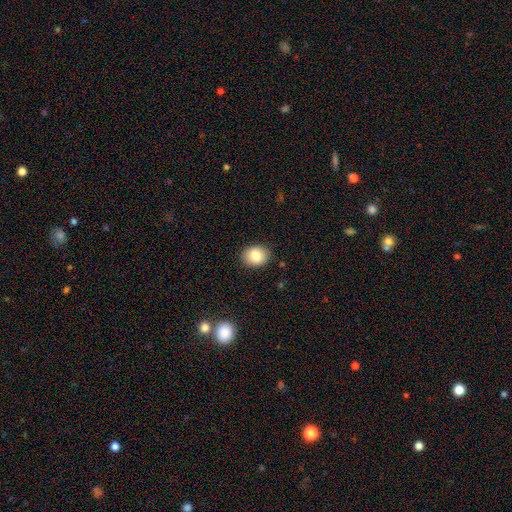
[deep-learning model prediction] smooth_or_featured: smooth (p=0.84) [alt: star or artifact p=0.08]
how_rounded: in between (p=0.53) [alt: round p=0.46]
merging: none (p=0.88) [alt: minor disturbance p=0.09]